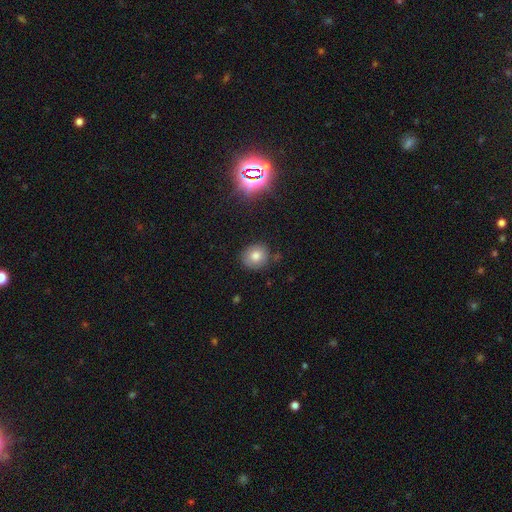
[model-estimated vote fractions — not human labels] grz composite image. It shows a smooth galaxy with no disk features (77%) that is round (78%). Merging: none (83%).